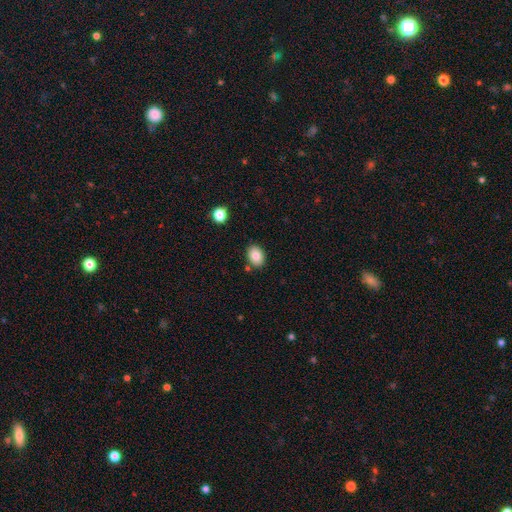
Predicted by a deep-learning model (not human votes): smooth-or-featured: smooth: 85% | star or artifact: 8% | featured or disk: 7%
  how-rounded: in between: 74% | round: 25% | cigar-shaped: 1%
  merging: none: 83% | minor disturbance: 10% | merger: 4% | major disturbance: 2%